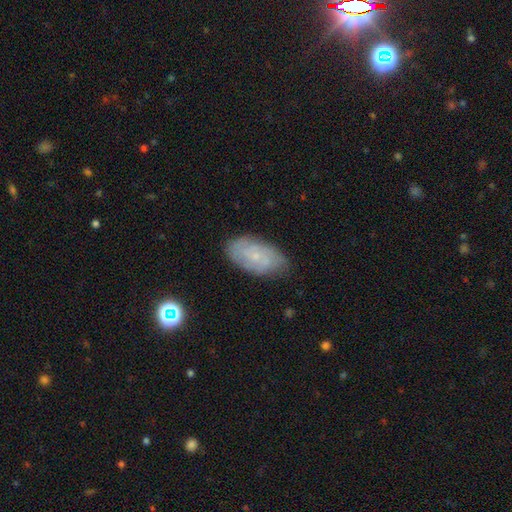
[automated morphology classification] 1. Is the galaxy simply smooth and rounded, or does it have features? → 57% featured or disk, 34% smooth, 9% star or artifact.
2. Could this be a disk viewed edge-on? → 94% no, 6% yes.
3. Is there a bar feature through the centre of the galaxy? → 73% no, 23% weak, 4% strong.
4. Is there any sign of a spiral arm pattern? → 82% yes, 18% no.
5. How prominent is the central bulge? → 80% small, 12% moderate, 6% none, 1% large, 1% dominant.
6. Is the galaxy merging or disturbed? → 76% none, 18% minor disturbance, 4% major disturbance, 1% merger.